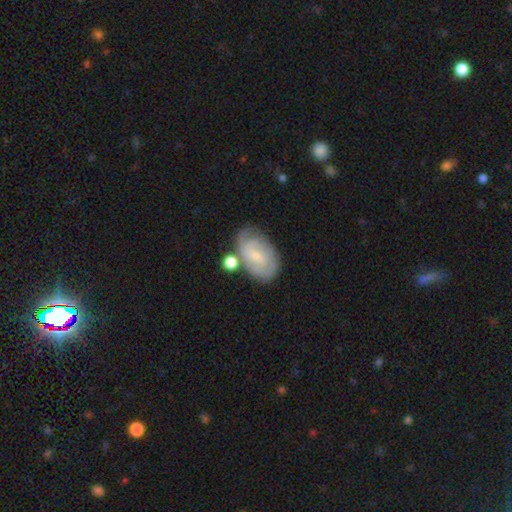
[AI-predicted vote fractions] Smooth or featured?
  - featured or disk: 63% *
  - smooth: 31%
  - star or artifact: 7%
Edge-on disk?
  - no: 96% *
  - yes: 4%
Bar?
  - weak: 47% *
  - no: 44%
  - strong: 9%
Spiral arms?
  - yes: 85% *
  - no: 15%
Spiral winding?
  - tight: 52% *
  - medium: 35%
  - loose: 13%
Spiral arm count?
  - can't tell: 39% * (tied)
  - 2: 39% * (tied)
  - 3: 11%
  - 1: 5%
  - 4: 4%
  - more than 4: 3%
Bulge size?
  - small: 69% *
  - moderate: 23%
  - none: 6%
  - large: 1%
  - dominant: 1%
Merging?
  - none: 59% *
  - minor disturbance: 21%
  - merger: 12%
  - major disturbance: 7%